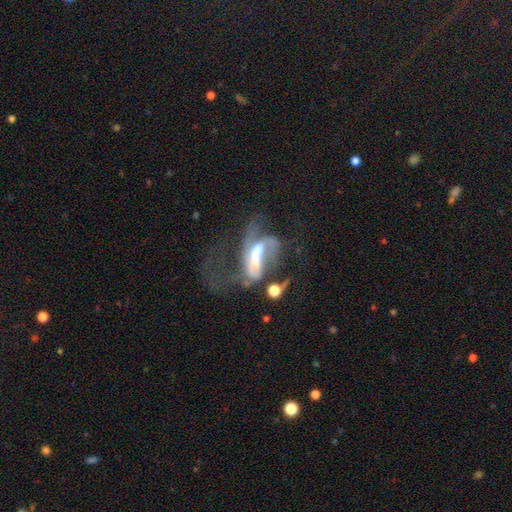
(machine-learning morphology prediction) A featured or disk galaxy (62%) with a strong bar (45%), spiral arms (50%, tied with no) and a moderate central bulge (32%). Merging: major disturbance (52%).